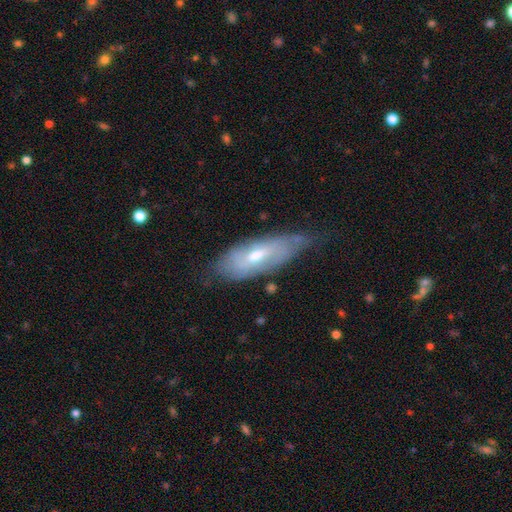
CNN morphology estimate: A featured or disk galaxy (56%). Merging: none (50%).